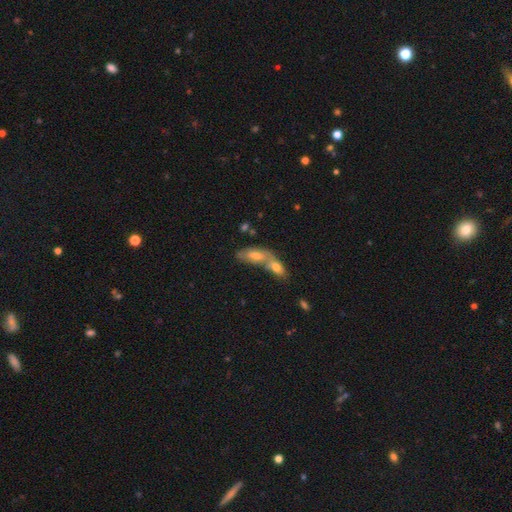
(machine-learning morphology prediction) type=smooth (55%); roundness=in between (82%); merging=merger (61%).